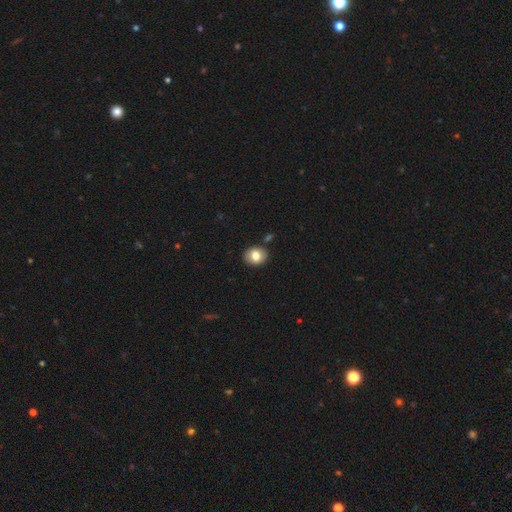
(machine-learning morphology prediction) This appears to be a smooth galaxy with no disk features (78%) that is round (54%). Merging: none (87%).